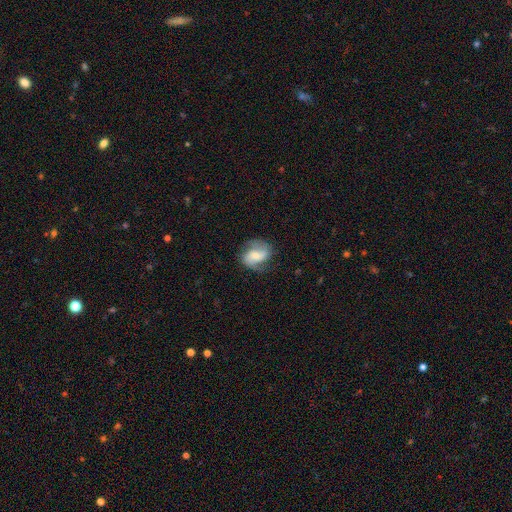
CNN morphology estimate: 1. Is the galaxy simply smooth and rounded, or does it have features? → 64% featured or disk, 28% smooth, 7% star or artifact.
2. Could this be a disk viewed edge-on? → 97% no, 3% yes.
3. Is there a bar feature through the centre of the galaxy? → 43% no, 39% weak, 19% strong.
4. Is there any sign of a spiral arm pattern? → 91% yes, 9% no.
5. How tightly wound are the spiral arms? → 44% medium, 36% loose, 20% tight.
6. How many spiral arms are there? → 85% 2, 6% can't tell, 4% 1, 2% 3, 1% 4, 1% more than 4.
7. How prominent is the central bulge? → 43% small, 38% moderate, 9% none, 8% large, 2% dominant.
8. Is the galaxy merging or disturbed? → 67% none, 21% minor disturbance, 10% major disturbance, 1% merger.